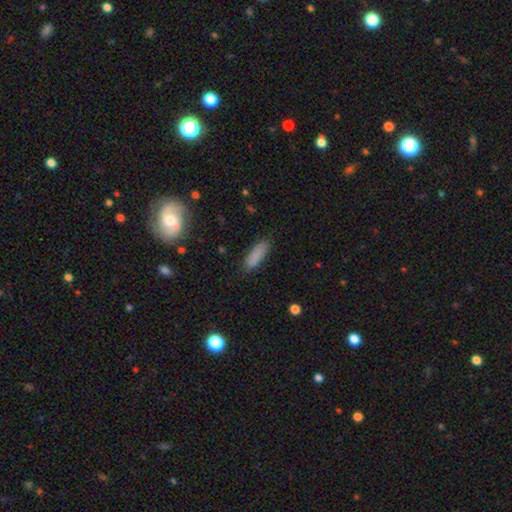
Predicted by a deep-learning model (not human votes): Smooth or featured? smooth (86%)
How rounded? cigar-shaped (52%)
Merging? none (85%)